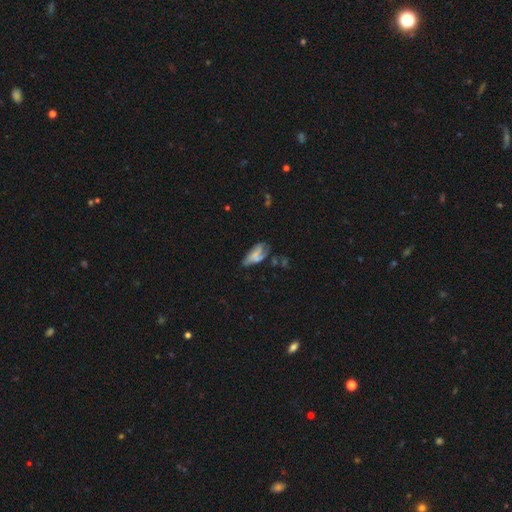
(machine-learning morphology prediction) type=smooth (51%); roundness=in between (80%); merging=none (34%).